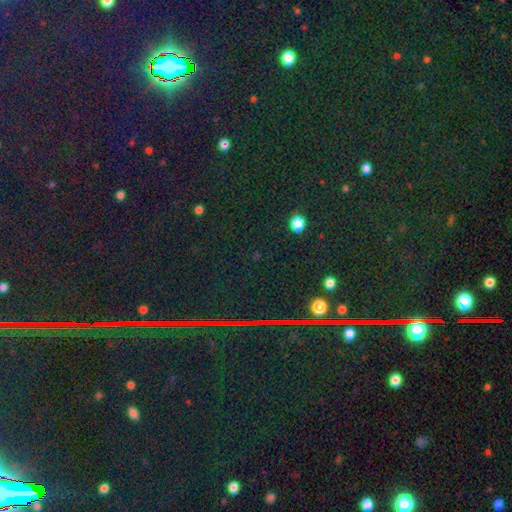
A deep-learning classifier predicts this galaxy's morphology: smooth-or-featured: star or artifact: 83% | smooth: 10% | featured or disk: 7%